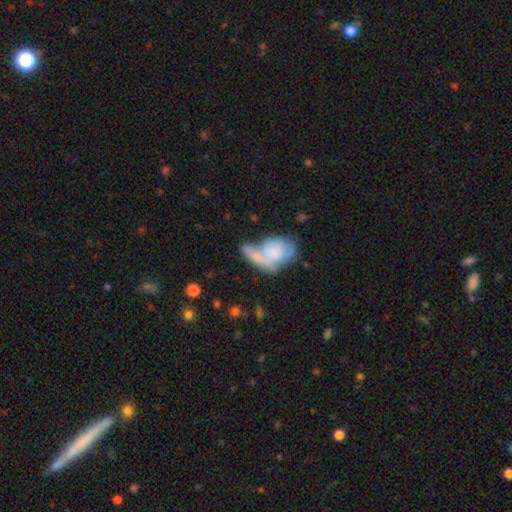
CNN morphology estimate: A smooth galaxy with no disk features (55%) that is in between round and cigar-shaped (61%).

Vote fractions:
- Smooth or featured? smooth: 55% / featured or disk: 38% / star or artifact: 8%
- How rounded? in between: 61% / round: 24% / cigar-shaped: 15%
- Merging? merger: 55% / none: 23% / minor disturbance: 12% / major disturbance: 10%